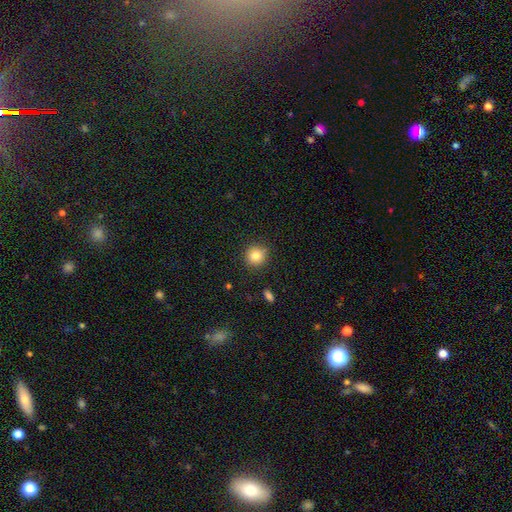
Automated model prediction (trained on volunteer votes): smooth_or_featured: smooth (p=0.82) [alt: star or artifact p=0.11]
how_rounded: round (p=0.91) [alt: in between p=0.08]
merging: none (p=0.88) [alt: minor disturbance p=0.09]